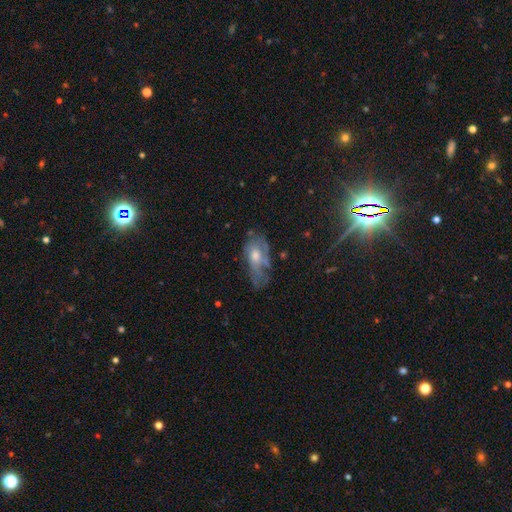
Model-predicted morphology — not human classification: Smooth or featured? featured or disk (52%)
Edge-on disk? no (87%)
Merging? none (44%)